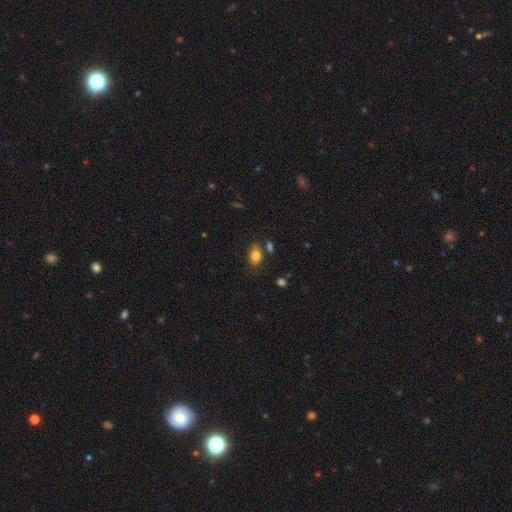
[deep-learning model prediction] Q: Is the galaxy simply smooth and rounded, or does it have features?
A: smooth — 82%.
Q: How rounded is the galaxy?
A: in between — 84%.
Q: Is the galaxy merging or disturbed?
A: none — 75%.